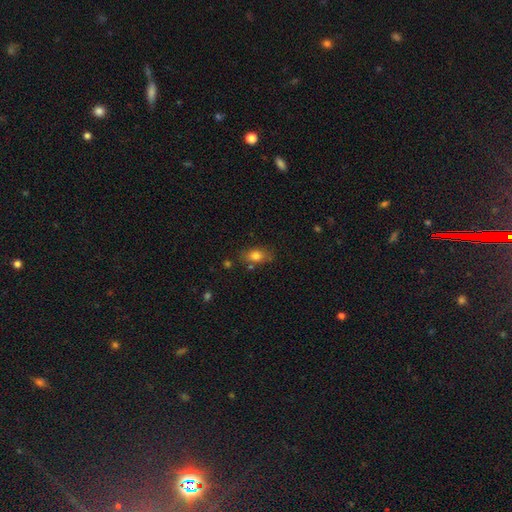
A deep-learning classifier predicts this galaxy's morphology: Smooth or featured? smooth (78%)
How rounded? in between (78%)
Merging? none (73%)